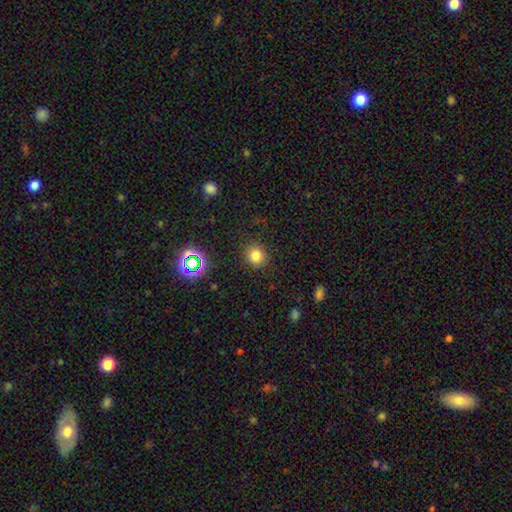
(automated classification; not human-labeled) smooth 79%, star or artifact 15%, featured or disk 6%. Down the decision tree: how rounded — round (87%); merging — none (88%).